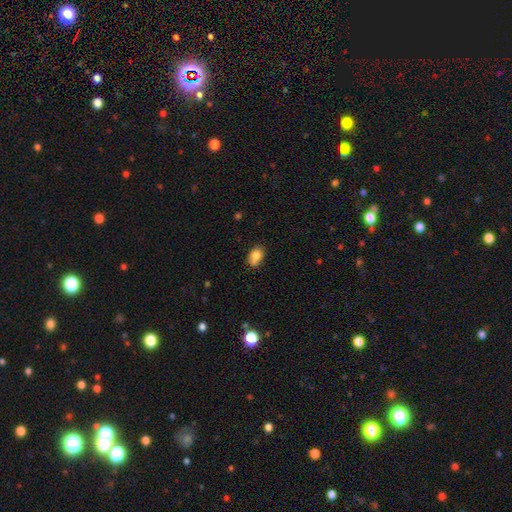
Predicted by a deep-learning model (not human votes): A smooth galaxy with no disk features (80%) that is in between round and cigar-shaped (77%). Merging: none (60%).